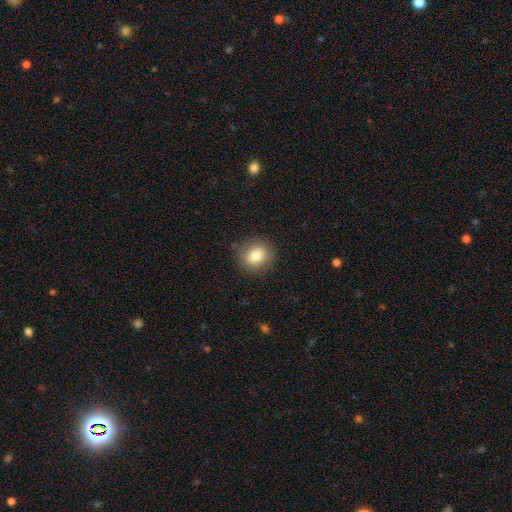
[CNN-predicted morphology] Smooth or featured?
  - smooth: 81% *
  - star or artifact: 10%
  - featured or disk: 10%
How rounded?
  - round: 78% *
  - in between: 21%
  - cigar-shaped: 1%
Merging?
  - none: 86% *
  - minor disturbance: 10%
  - major disturbance: 3%
  - merger: 1%